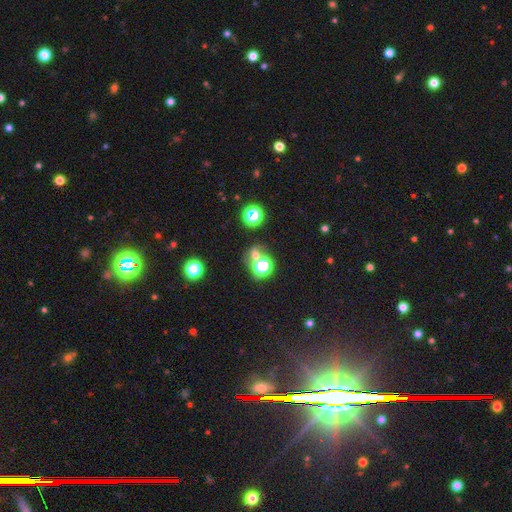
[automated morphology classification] type=smooth (48%); merging=none (53%).